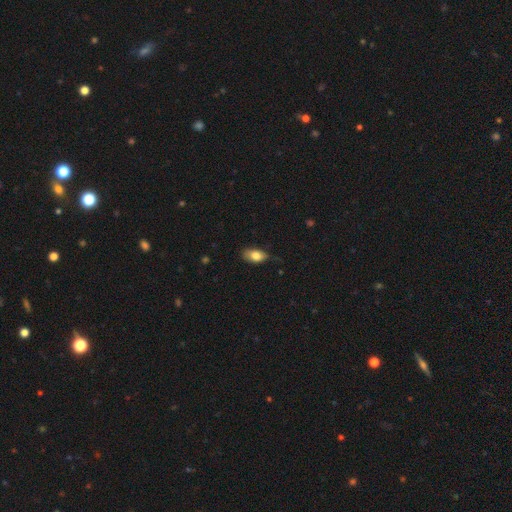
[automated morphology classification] This appears to be a smooth galaxy with no disk features (80%) that is in between round and cigar-shaped (89%). Merging: none (64%).